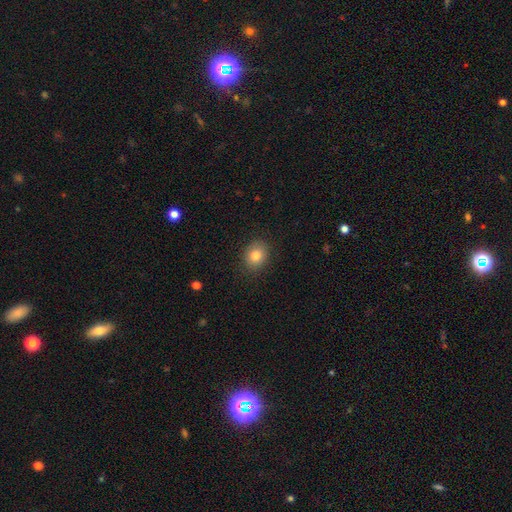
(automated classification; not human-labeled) smooth 81%, star or artifact 10%, featured or disk 9%. Down the decision tree: how rounded — round (57%); merging — none (87%).